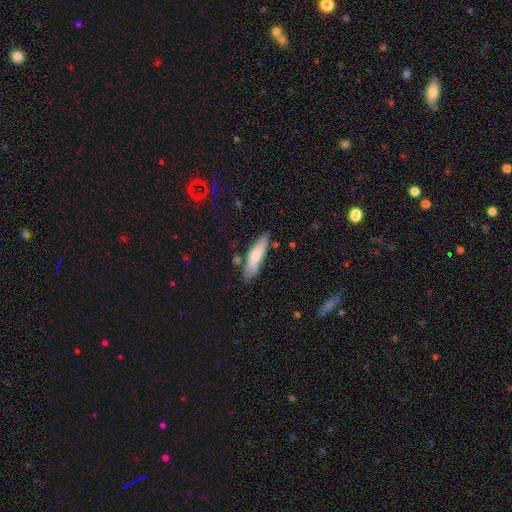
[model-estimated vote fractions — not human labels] A smooth galaxy with no disk features (73%) that is cigar-shaped (63%). Merging: none (73%).